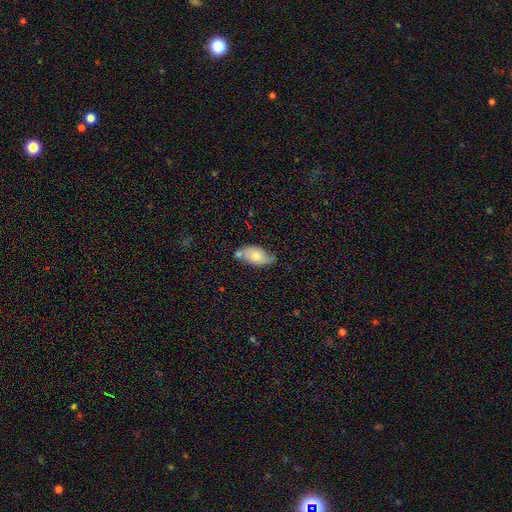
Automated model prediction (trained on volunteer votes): The model was most divided on "merging": none: 47%, minor disturbance: 28%, merger: 17%, major disturbance: 8%. More confident: how rounded — in between (91%); smooth or featured — smooth (63%).